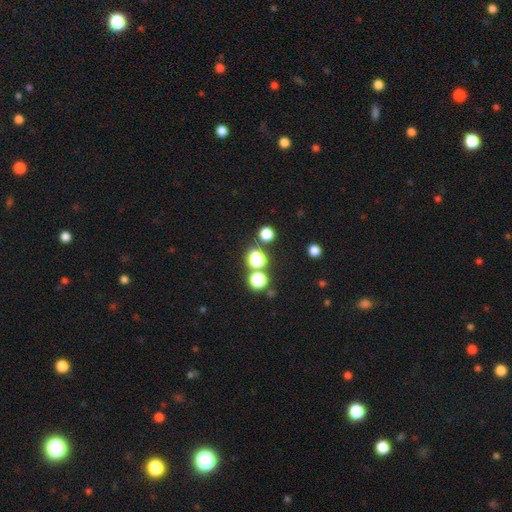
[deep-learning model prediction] Smooth or featured? smooth (62%)
How rounded? round (84%)
Merging? none (74%)